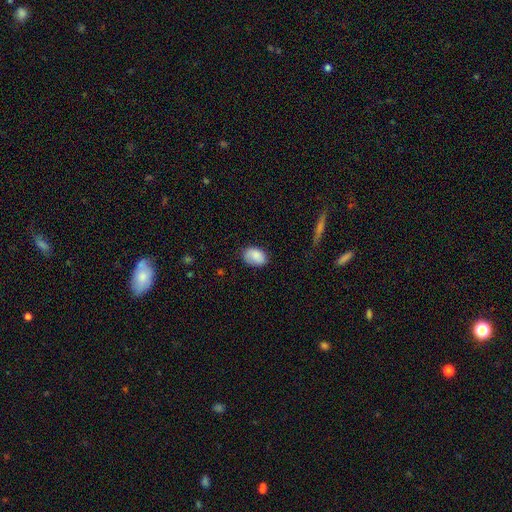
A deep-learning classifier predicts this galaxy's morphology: Q: Smooth or featured?
A: smooth (86%); runner-up: star or artifact (7%)
Q: How rounded?
A: in between (83%); runner-up: round (16%)
Q: Merging?
A: none (73%); runner-up: minor disturbance (21%)